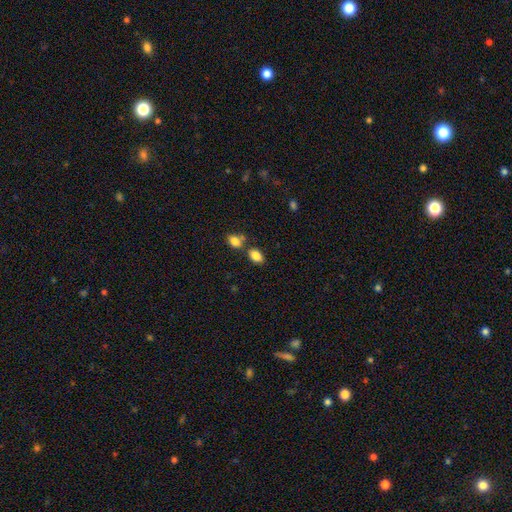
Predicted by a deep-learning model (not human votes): smooth 85%, star or artifact 9%, featured or disk 6%. Down the decision tree: how rounded — in between (87%); merging — none (66%).